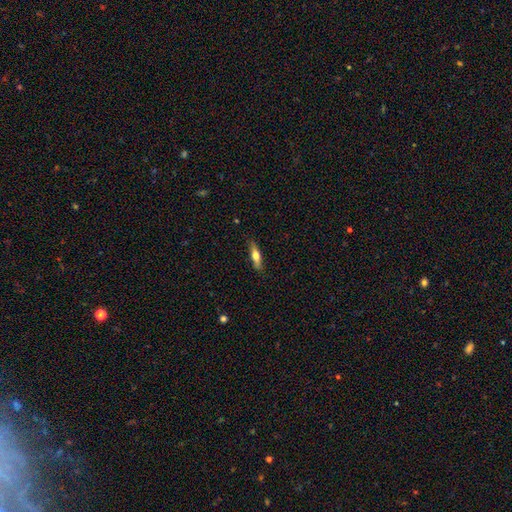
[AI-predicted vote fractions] This is possibly a smooth galaxy (51%). How rounded: likely cigar-shaped (68%). Merging: clearly none (85%).